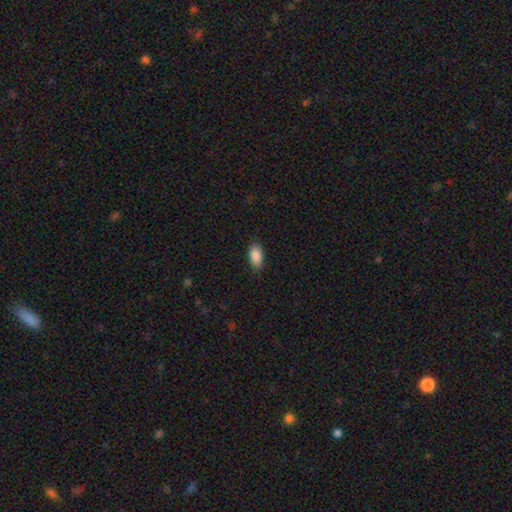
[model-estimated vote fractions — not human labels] A smooth galaxy with no disk features (89%) that is in between round and cigar-shaped (93%). Merging: none (87%).